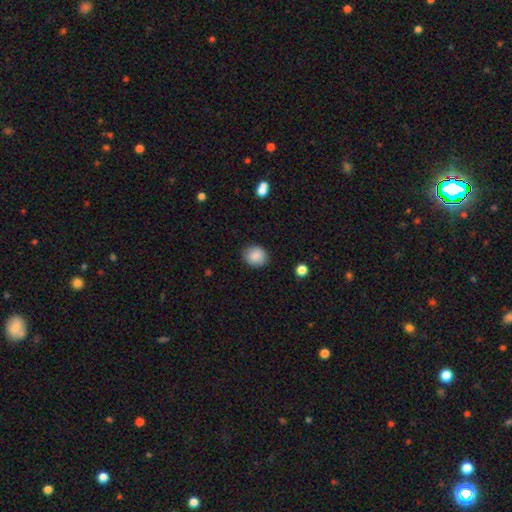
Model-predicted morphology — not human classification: smooth 87%, star or artifact 8%, featured or disk 4%. Down the decision tree: how rounded — round (75%); merging — none (86%).